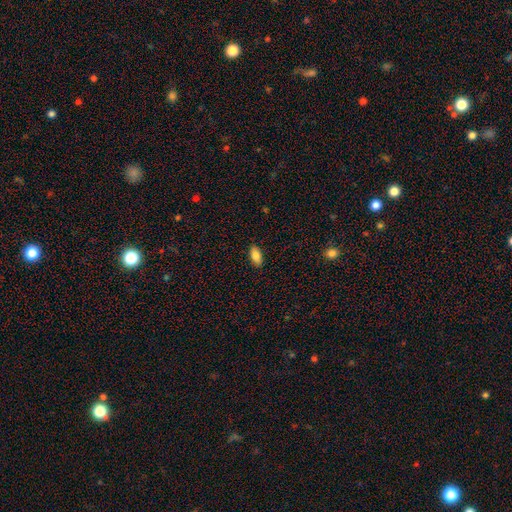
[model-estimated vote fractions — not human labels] smooth-or-featured: smooth: 84% | featured or disk: 9% | star or artifact: 7%
  how-rounded: in between: 88% | cigar-shaped: 9% | round: 3%
  merging: none: 89% | minor disturbance: 8% | major disturbance: 2% | merger: 1%